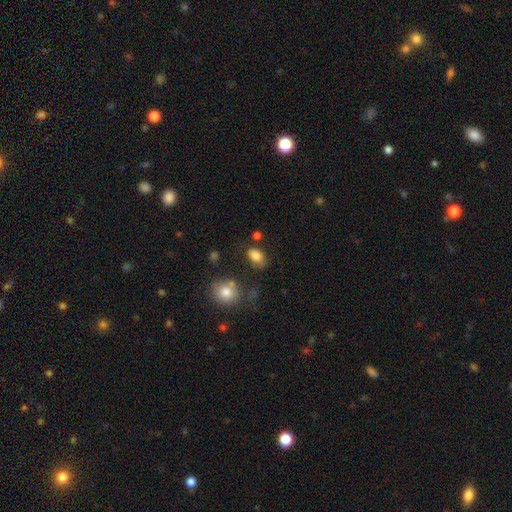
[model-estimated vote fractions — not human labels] A smooth galaxy with no disk features (82%) that is in between round and cigar-shaped (84%).

Vote fractions:
- Smooth or featured? smooth: 82% / star or artifact: 9% / featured or disk: 9%
- How rounded? in between: 84% / round: 15% / cigar-shaped: 1%
- Merging? none: 61% / minor disturbance: 24% / major disturbance: 8% / merger: 6%